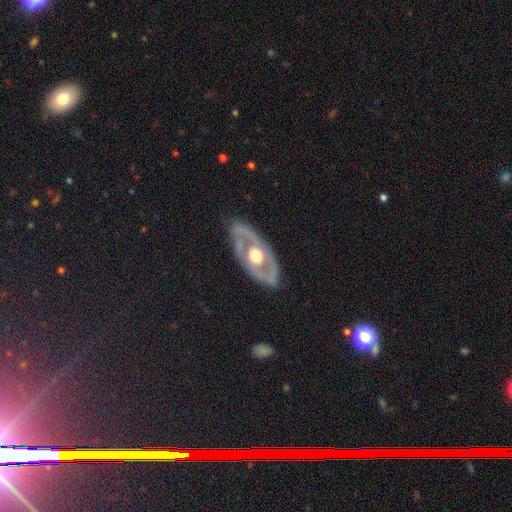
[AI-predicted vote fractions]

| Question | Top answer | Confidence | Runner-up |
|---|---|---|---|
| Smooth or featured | featured or disk | 72% | smooth (24%) |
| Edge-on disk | no | 84% | yes (16%) |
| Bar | no | 86% | weak (11%) |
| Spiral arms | no | 66% | yes (34%) |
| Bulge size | moderate | 60% | large (33%) |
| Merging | none | 78% | minor disturbance (15%) |